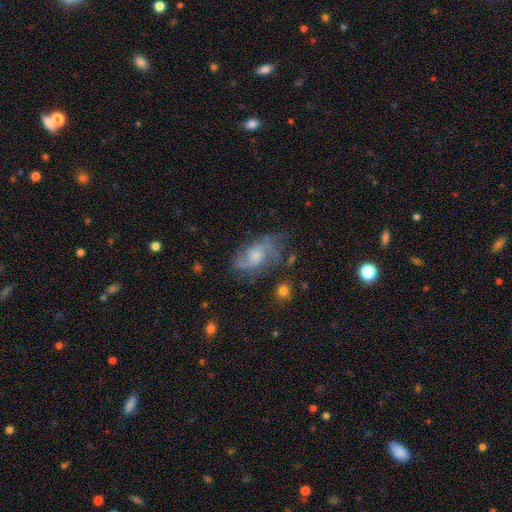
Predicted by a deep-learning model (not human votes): Overall: featured or disk (72%). Edge-on disk: no (95%). Bar: no (67%; weak 29%). Spiral arms: yes (90%). Spiral arm count: 2 (53%; can't tell 23%). Spiral winding: medium (46%; loose 29%). Bulge size: moderate (41%; small 40%). Merging: none (62%; minor disturbance 23%).